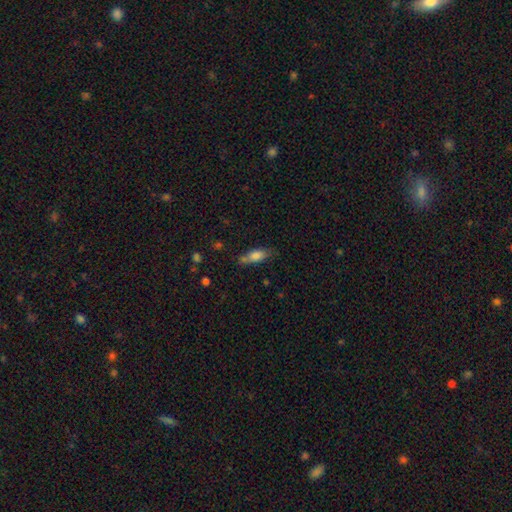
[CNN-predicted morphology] smooth-or-featured: smooth: 77% | featured or disk: 14% | star or artifact: 9%
  how-rounded: in between: 71% | cigar-shaped: 25% | round: 3%
  merging: none: 55% | minor disturbance: 25% | merger: 12% | major disturbance: 8%